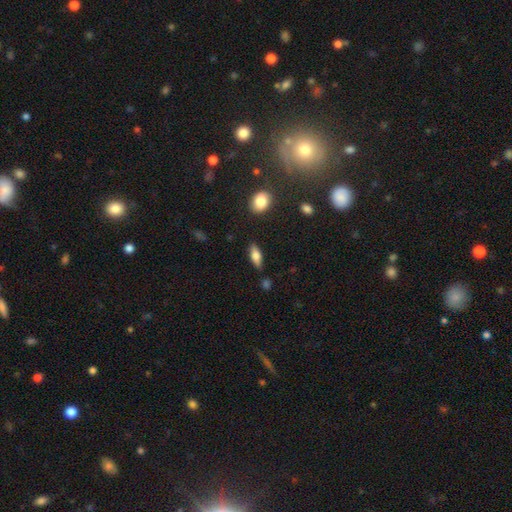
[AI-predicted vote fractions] The model was most divided on "smooth or featured": smooth: 67%, featured or disk: 26%, star or artifact: 7%. More confident: merging — none (83%); how rounded — in between (70%).